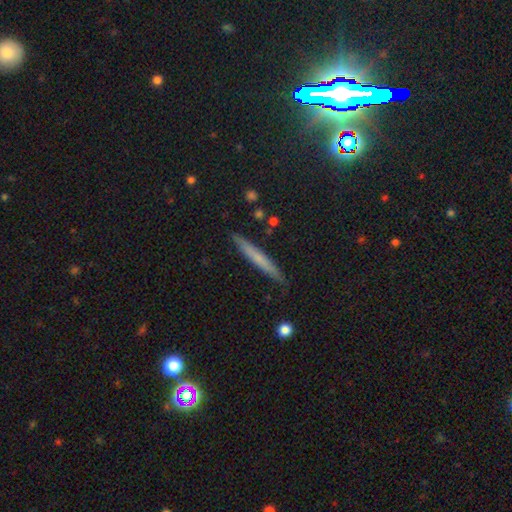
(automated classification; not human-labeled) Smooth or featured: smooth — 61% (featured or disk — 31%)
How rounded: cigar-shaped — 95% (in between — 3%)
Merging: none — 88% (minor disturbance — 9%)